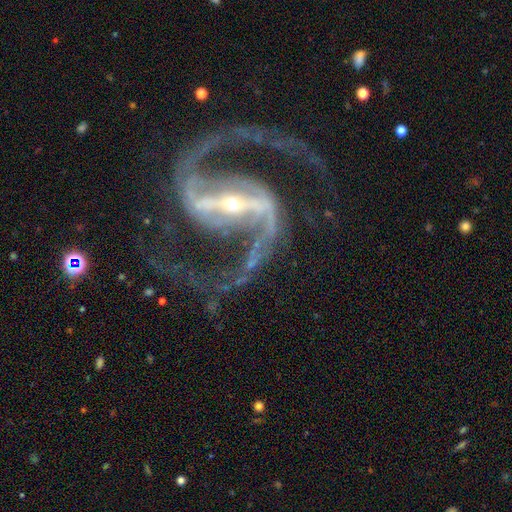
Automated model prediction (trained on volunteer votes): This appears to be a featured or disk galaxy (94%) with a strong bar (79%), 2 (94%) medium (64%) spiral arms (99%) and a small central bulge (77%). Merging: none (79%).